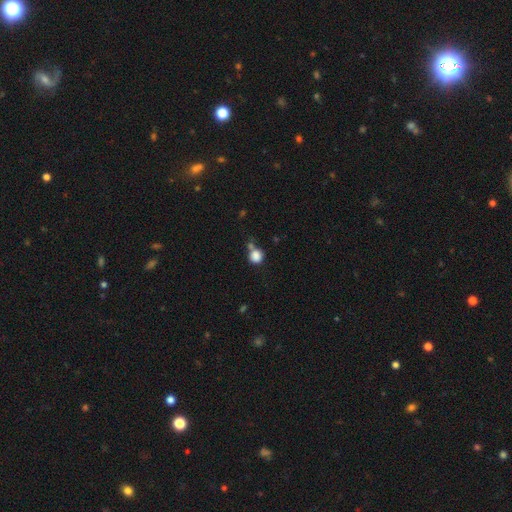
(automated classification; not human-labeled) Q: Smooth or featured?
A: smooth (84%); runner-up: star or artifact (10%)
Q: How rounded?
A: round (87%); runner-up: in between (12%)
Q: Merging?
A: none (54%); runner-up: merger (25%)